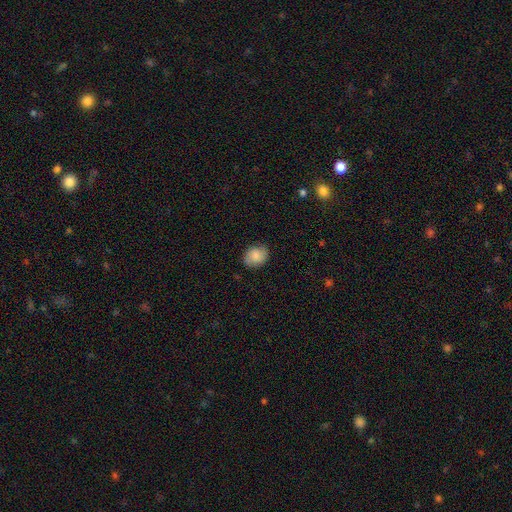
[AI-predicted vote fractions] Smooth or featured? Predicted: smooth (p=0.73). How rounded? Predicted: round (p=0.63). Merging? Predicted: none (p=0.79).